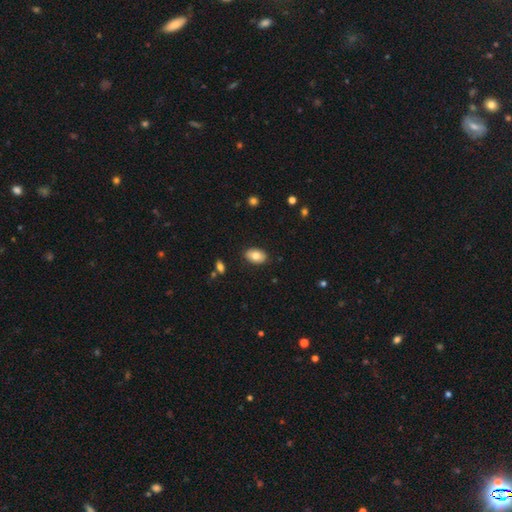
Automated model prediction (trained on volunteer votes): A smooth galaxy with no disk features (80%) that is in between round and cigar-shaped (90%). Merging: none (88%).